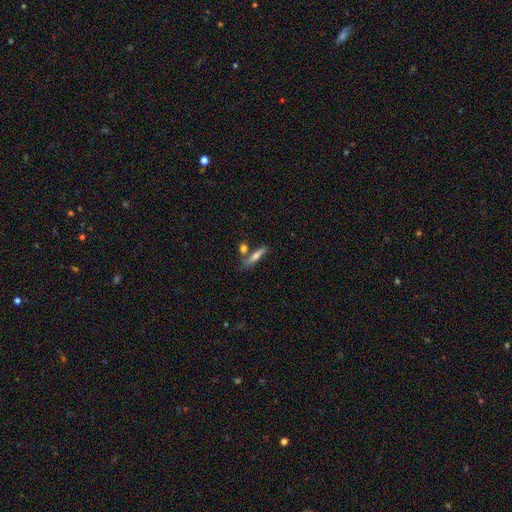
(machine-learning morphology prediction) smooth-or-featured: smooth: 58% | featured or disk: 35% | star or artifact: 7%
  how-rounded: cigar-shaped: 82% | in between: 15% | round: 3%
  merging: none: 67% | merger: 16% | minor disturbance: 13% | major disturbance: 4%